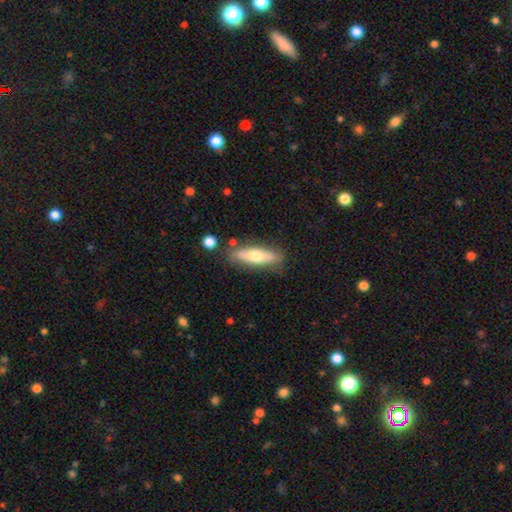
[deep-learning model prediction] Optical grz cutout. It shows a smooth galaxy with no disk features (55%) that is in between round and cigar-shaped (50%). Merging: none (75%).